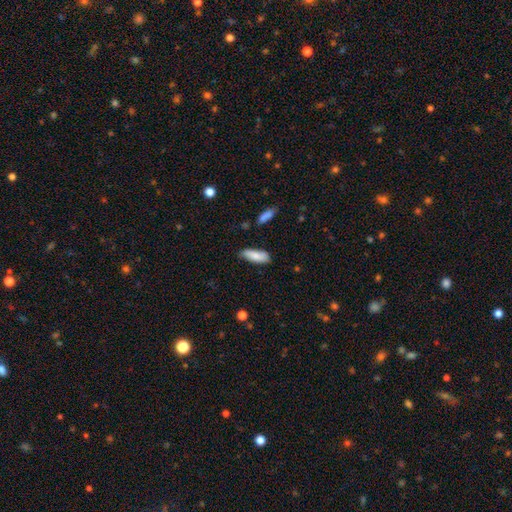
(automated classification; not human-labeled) Q: Smooth or featured?
A: smooth (83%); runner-up: featured or disk (11%)
Q: How rounded?
A: in between (70%); runner-up: cigar-shaped (28%)
Q: Merging?
A: none (72%); runner-up: minor disturbance (22%)